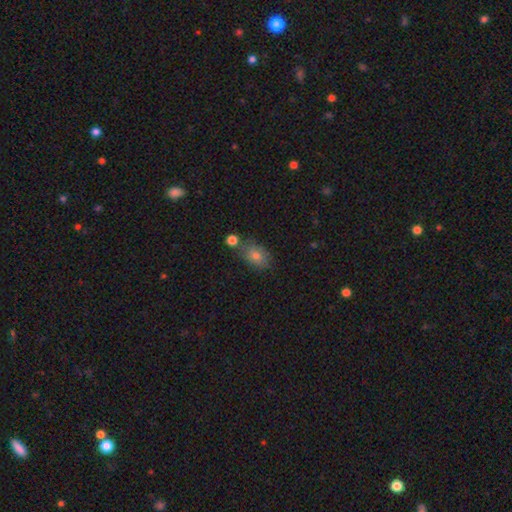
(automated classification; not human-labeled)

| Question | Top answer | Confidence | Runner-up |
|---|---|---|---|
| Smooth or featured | smooth | 74% | featured or disk (13%) |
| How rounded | in between | 82% | round (16%) |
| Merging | none | 71% | minor disturbance (16%) |